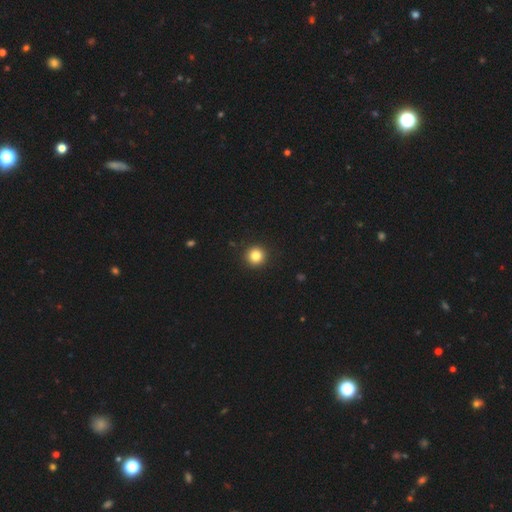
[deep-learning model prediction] This appears to be a smooth galaxy with no disk features (83%) that is round (96%). Merging: none (93%).